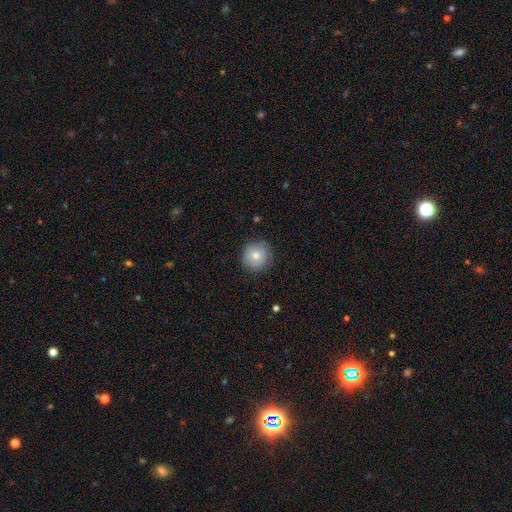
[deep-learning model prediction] Smooth or featured: smooth — 74% (featured or disk — 17%)
How rounded: round — 92% (in between — 7%)
Merging: none — 81% (minor disturbance — 15%)